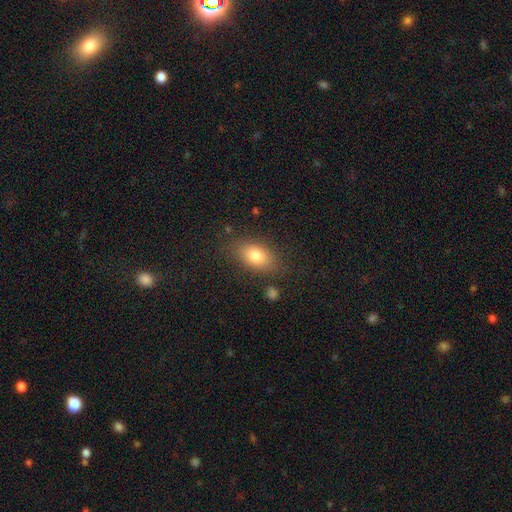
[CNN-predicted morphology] A smooth galaxy with no disk features (79%) that is in between round and cigar-shaped (84%). Merging: none (80%).